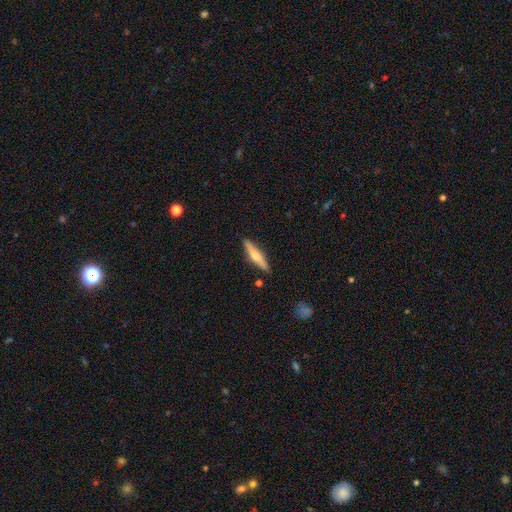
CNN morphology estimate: Smooth or featured? featured or disk (52%)
Edge-on disk? yes (94%)
Merging? none (86%)